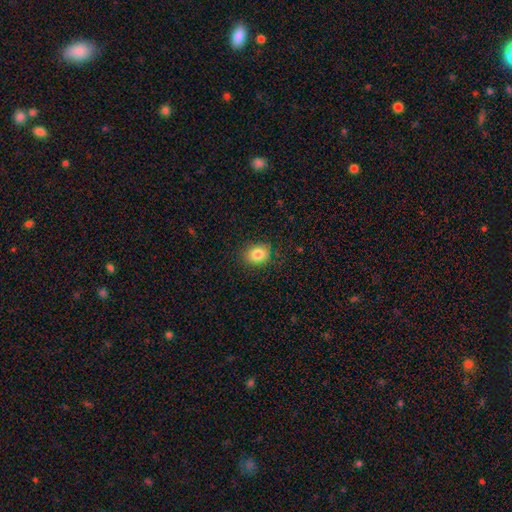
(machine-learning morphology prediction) Smooth or featured? Predicted: smooth (p=0.83). How rounded? Predicted: round (p=0.50). Merging? Predicted: none (p=0.87).